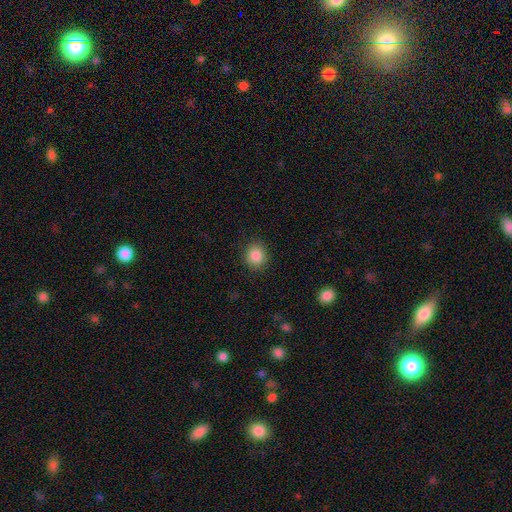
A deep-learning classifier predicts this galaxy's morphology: This is clearly a smooth galaxy (87%). How rounded: clearly round (82%). Merging: clearly none (89%).